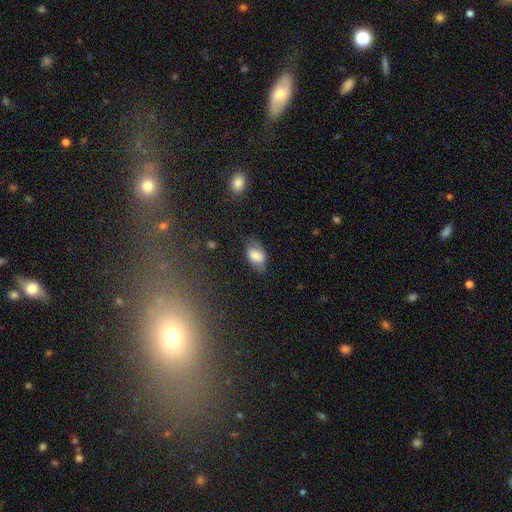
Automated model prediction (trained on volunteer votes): Smooth or featured? smooth (67%)
How rounded? in between (91%)
Merging? none (66%)